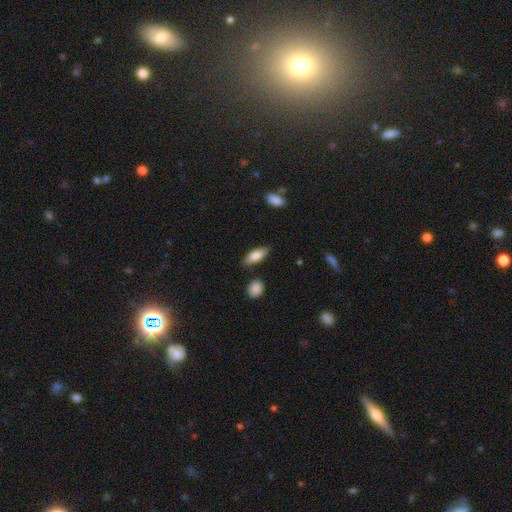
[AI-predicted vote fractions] A smooth galaxy with no disk features (80%) that is in between round and cigar-shaped (72%). Merging: none (83%).